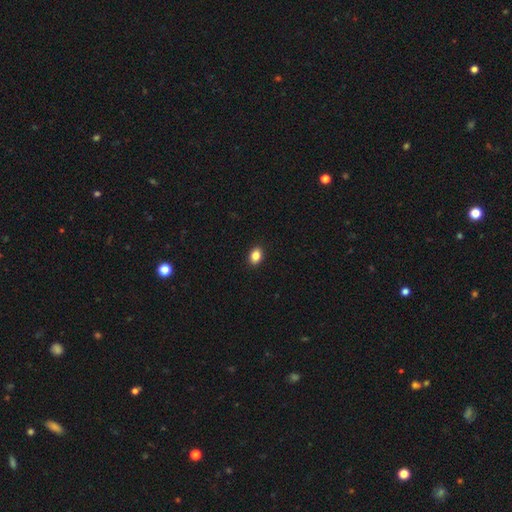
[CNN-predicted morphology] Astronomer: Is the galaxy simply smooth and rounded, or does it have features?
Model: smooth — 86%.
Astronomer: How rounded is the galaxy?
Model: in between — 76%.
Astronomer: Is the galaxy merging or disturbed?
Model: none — 91%.